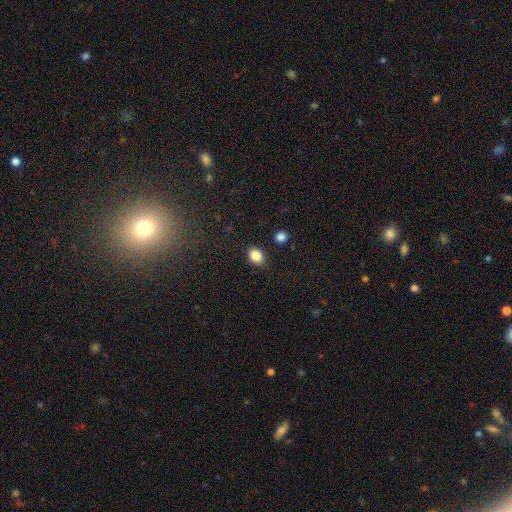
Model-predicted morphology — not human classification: This appears to be a smooth galaxy with no disk features (85%) that is in between round and cigar-shaped (67%). Merging: none (86%).